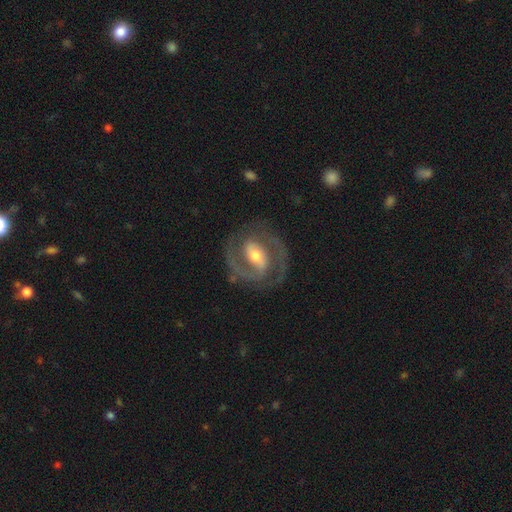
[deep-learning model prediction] This is clearly a featured or disk galaxy (90%). It is clearly not viewed edge-on (97%). Bar: possibly strong (48%). Spiral arm pattern: clearly yes (96%). Spiral arm count: clearly 2 (91%). Spiral winding: possibly medium (49%). Central bulge: likely moderate (62%). Merging: clearly none (82%).